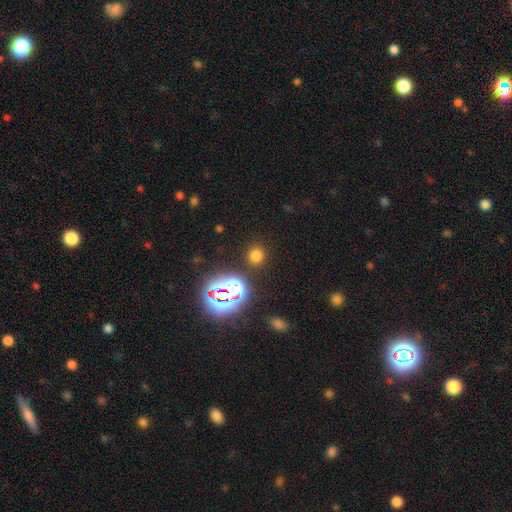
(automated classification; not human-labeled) This is likely a smooth galaxy (67%). How rounded: clearly round (84%). Merging: clearly none (87%).